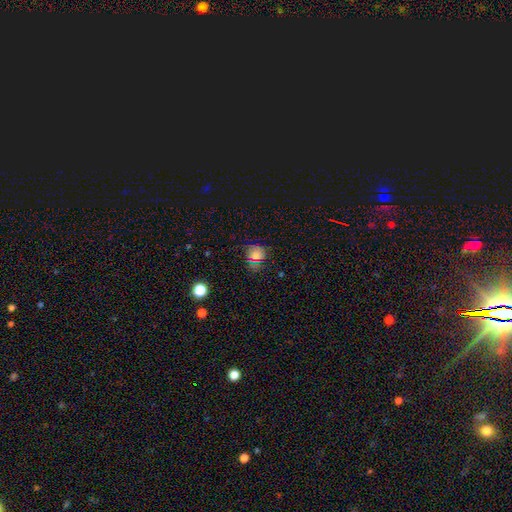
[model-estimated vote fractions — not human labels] Smooth or featured?
  - smooth: 68% *
  - star or artifact: 19%
  - featured or disk: 12%
How rounded?
  - round: 76% *
  - in between: 23%
  - cigar-shaped: 1%
Merging?
  - none: 68% *
  - minor disturbance: 21%
  - major disturbance: 8%
  - merger: 3%